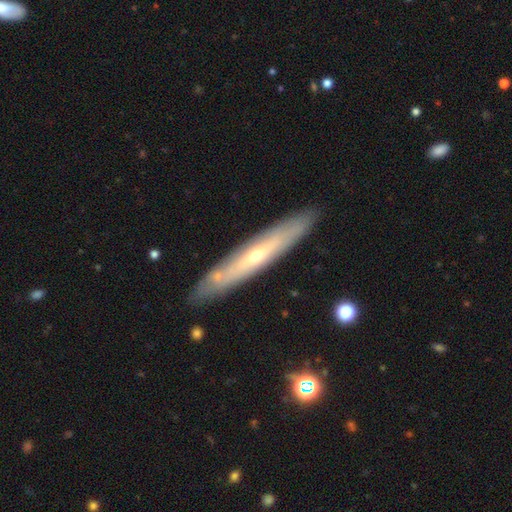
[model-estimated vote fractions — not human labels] Smooth or featured? featured or disk (64%)
Edge-on disk? yes (76%)
Merging? none (87%)